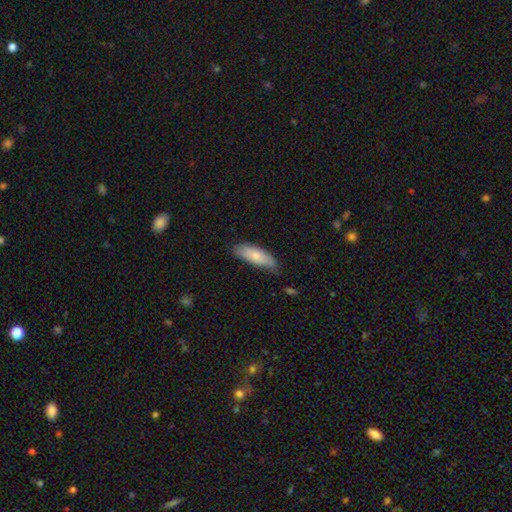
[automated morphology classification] Q: Smooth or featured?
A: smooth (72%); runner-up: featured or disk (22%)
Q: How rounded?
A: in between (67%); runner-up: cigar-shaped (31%)
Q: Merging?
A: none (68%); runner-up: minor disturbance (26%)